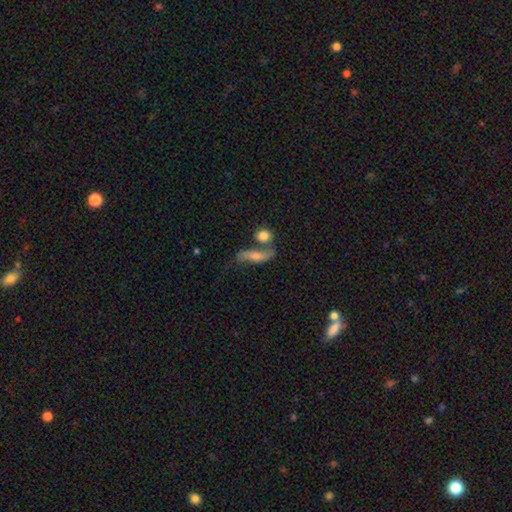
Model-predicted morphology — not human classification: This appears to be a featured or disk galaxy (59%). Merging: none (50%).